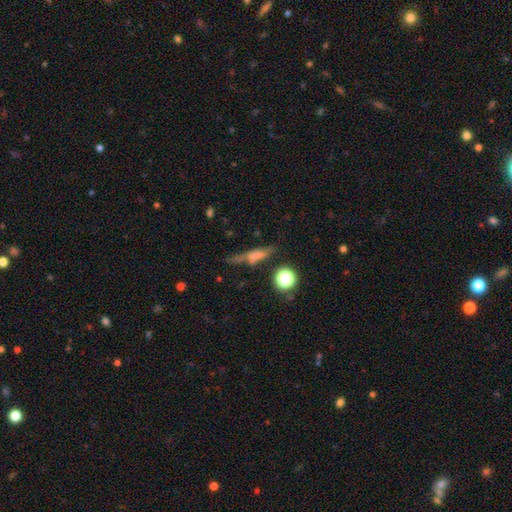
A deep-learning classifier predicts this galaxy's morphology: This appears to be a smooth galaxy with no disk features (53%) that is cigar-shaped (58%). Merging: none (51%).